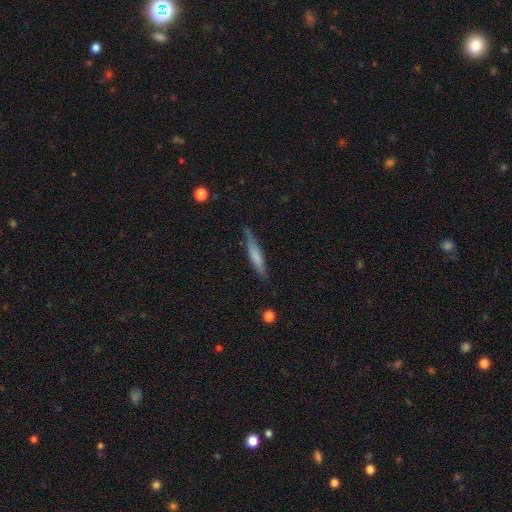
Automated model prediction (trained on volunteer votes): Overall: smooth (62%; featured or disk 32%). How rounded: cigar-shaped (90%). Merging: none (78%).